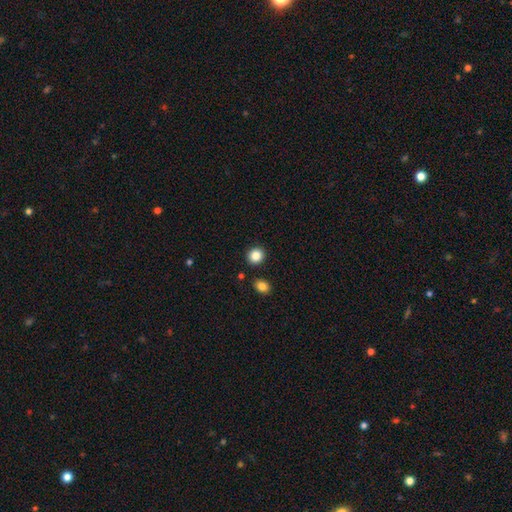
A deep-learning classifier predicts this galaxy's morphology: smooth_or_featured: smooth (p=0.86) [alt: star or artifact p=0.10]
how_rounded: round (p=0.86) [alt: in between p=0.13]
merging: none (p=0.89) [alt: minor disturbance p=0.06]